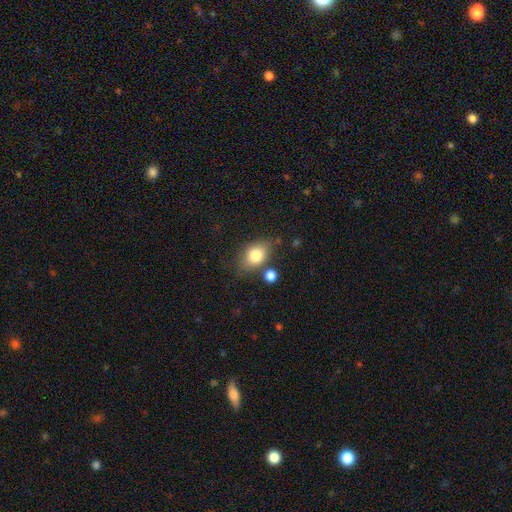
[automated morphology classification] A smooth galaxy with no disk features (80%) that is in between round and cigar-shaped (72%). Merging: none (68%).